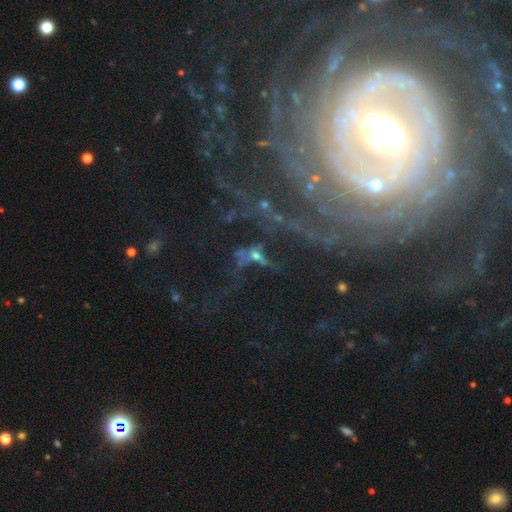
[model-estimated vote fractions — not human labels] smooth_or_featured: featured or disk (p=0.49) [alt: star or artifact p=0.34]
merging: none (p=0.54) [alt: major disturbance p=0.19]